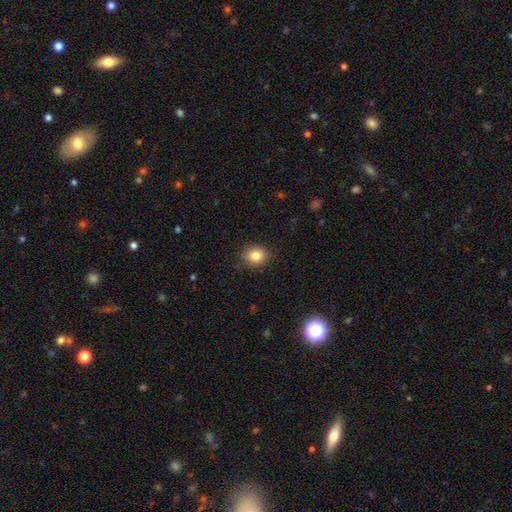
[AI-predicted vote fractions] Smooth or featured: smooth — 84% (star or artifact — 10%)
How rounded: round — 68% (in between — 31%)
Merging: none — 88% (minor disturbance — 9%)